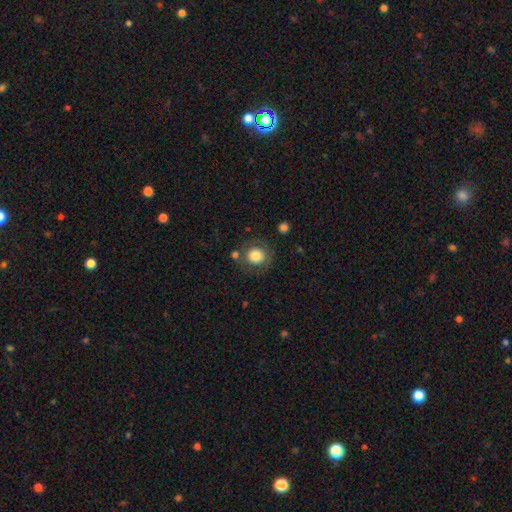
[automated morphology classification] type=smooth (77%); roundness=round (89%); merging=none (78%).